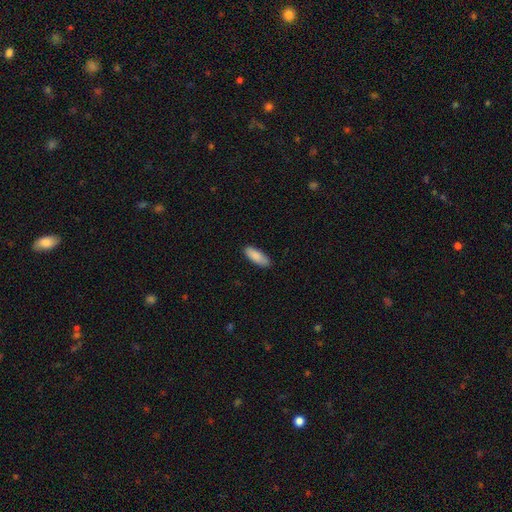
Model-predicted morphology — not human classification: Smooth or featured? smooth (89%)
How rounded? in between (70%)
Merging? none (88%)